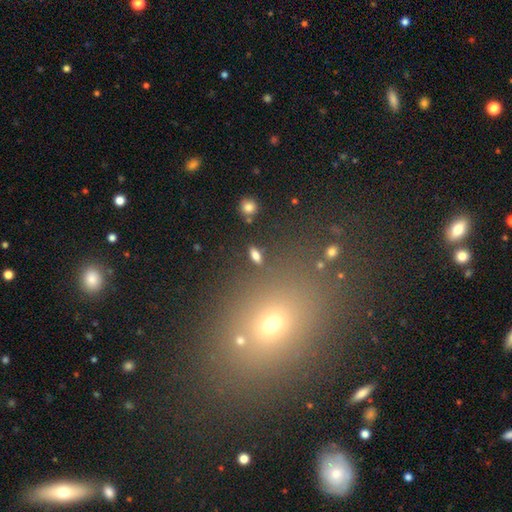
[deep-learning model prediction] smooth-or-featured: smooth: 78% | star or artifact: 13% | featured or disk: 9%
  how-rounded: in between: 84% | cigar-shaped: 9% | round: 8%
  merging: none: 85% | minor disturbance: 8% | merger: 3% | major disturbance: 3%